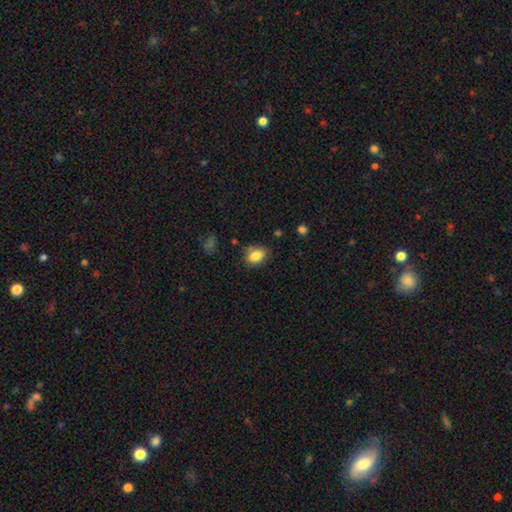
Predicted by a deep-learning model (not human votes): A smooth galaxy with no disk features (84%) that is in between round and cigar-shaped (77%). Merging: none (74%).